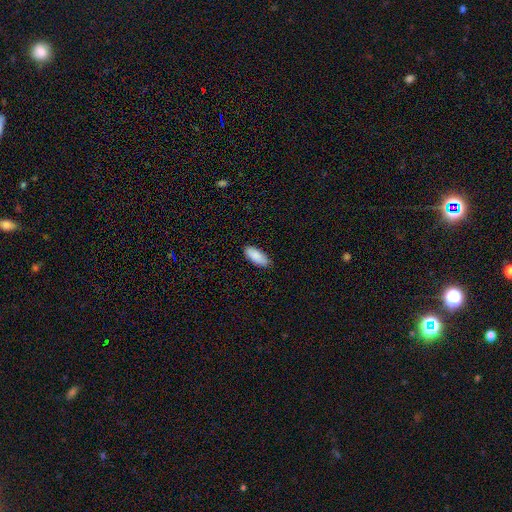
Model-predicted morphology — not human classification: Smooth or featured: smooth — 90% (star or artifact — 6%)
How rounded: in between — 86% (cigar-shaped — 12%)
Merging: none — 85% (minor disturbance — 12%)